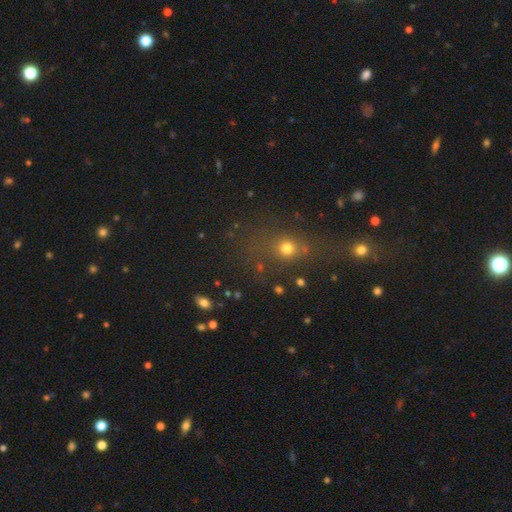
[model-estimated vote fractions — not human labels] smooth 44%, star or artifact 41%, featured or disk 14%. Down the decision tree: merging — none (46%).